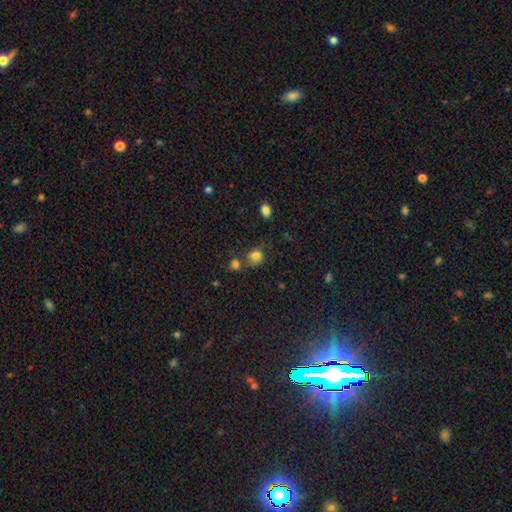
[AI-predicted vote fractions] Morphology: type=smooth (80%); roundness=round (65%); merging=none (58%).